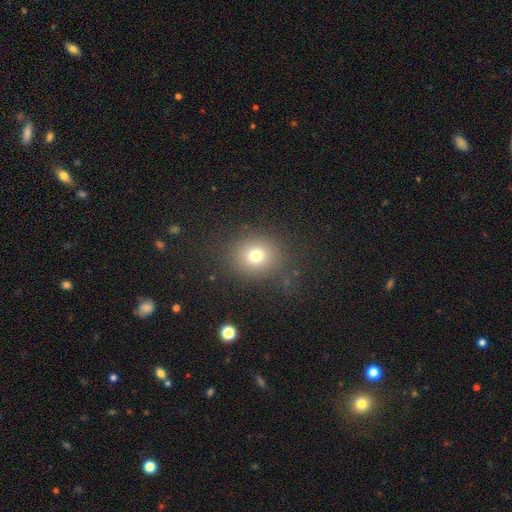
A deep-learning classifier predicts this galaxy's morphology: smooth 73%, star or artifact 16%, featured or disk 10%. Down the decision tree: how rounded — round (77%); merging — none (80%).